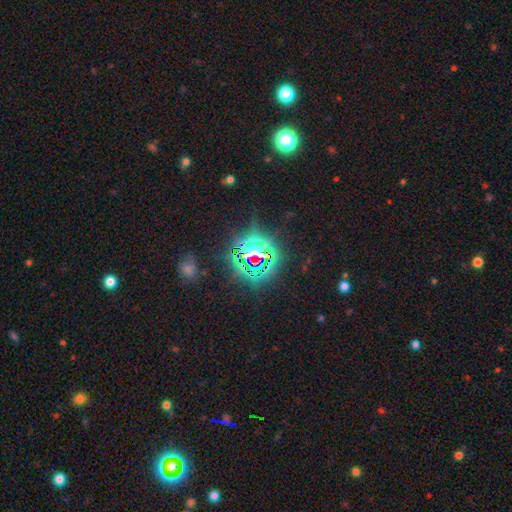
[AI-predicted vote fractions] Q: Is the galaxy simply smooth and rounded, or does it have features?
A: star or artifact — 80%.